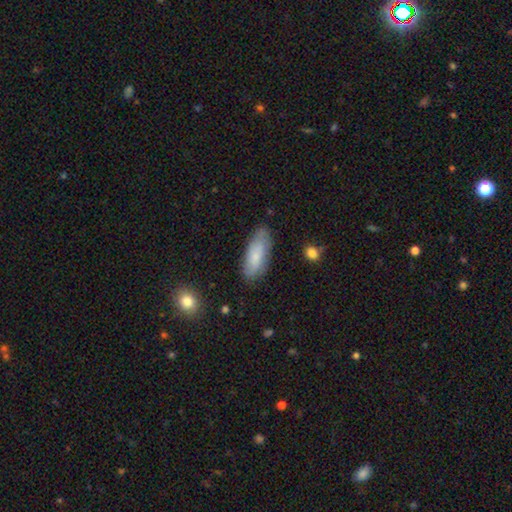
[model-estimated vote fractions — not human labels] Smooth or featured? Predicted: smooth (p=0.70). How rounded? Predicted: in between (p=0.74). Merging? Predicted: none (p=0.76).